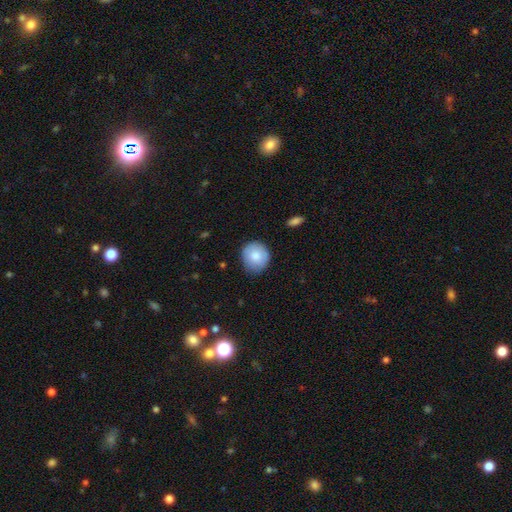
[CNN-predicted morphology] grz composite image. It shows a smooth galaxy with no disk features (81%) that is round (86%). Merging: none (82%).